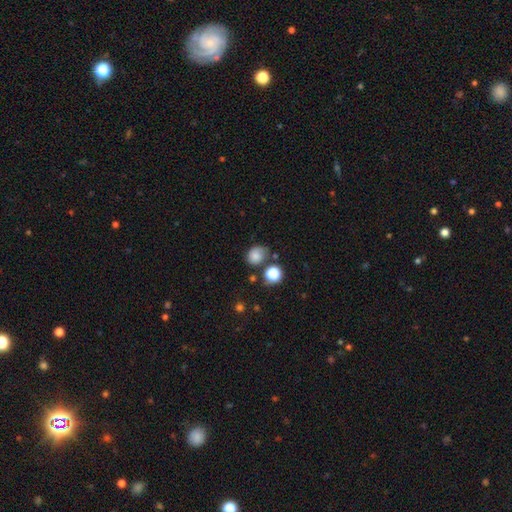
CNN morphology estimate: smooth 76%, star or artifact 13%, featured or disk 10%. Down the decision tree: how rounded — round (64%); merging — none (58%).